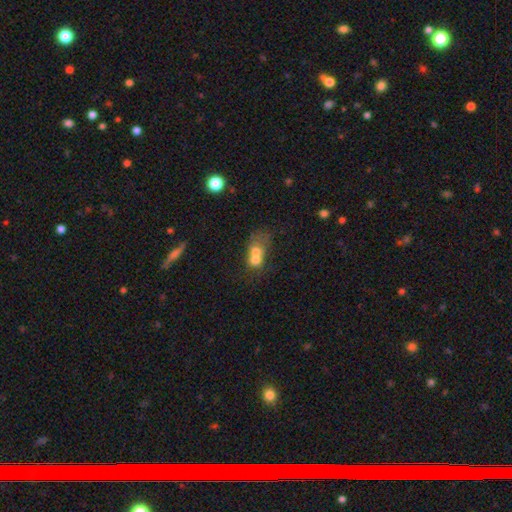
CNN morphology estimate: The model was most divided on "how rounded": round: 55%, in between: 43%, cigar-shaped: 2%. More confident: merging — merger (71%); smooth or featured — smooth (62%).